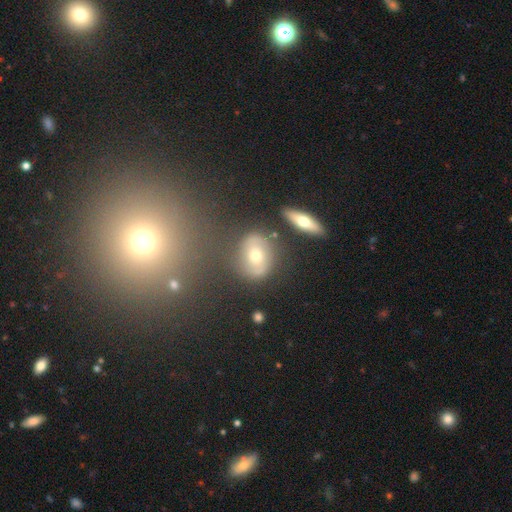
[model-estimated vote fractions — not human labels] smooth-or-featured: featured or disk: 39% (tied) | smooth: 39% (tied) | star or artifact: 22%
  merging: none: 77% | minor disturbance: 12% | merger: 6% | major disturbance: 5%